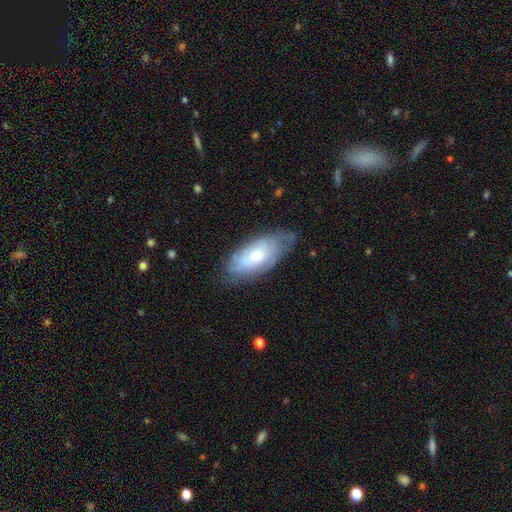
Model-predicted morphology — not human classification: Smooth or featured? Predicted: featured or disk (p=0.53). Edge-on disk? Predicted: no (p=0.87). Merging? Predicted: none (p=0.66).